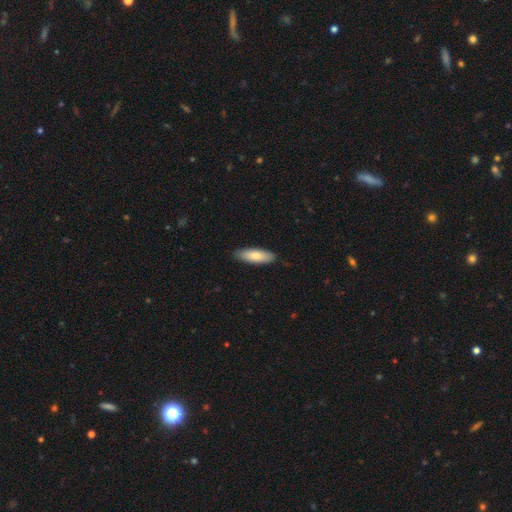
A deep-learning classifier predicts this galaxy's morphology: Q: Smooth or featured?
A: smooth (81%); runner-up: featured or disk (14%)
Q: How rounded?
A: in between (59%); runner-up: cigar-shaped (39%)
Q: Merging?
A: none (87%); runner-up: minor disturbance (10%)